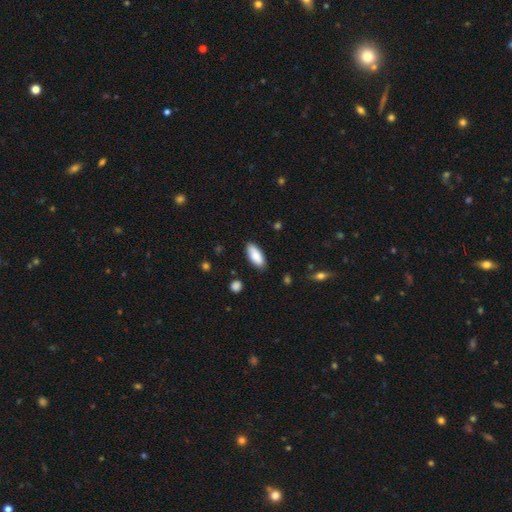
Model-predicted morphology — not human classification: smooth 87%, featured or disk 6%, star or artifact 6%. Down the decision tree: how rounded — in between (84%); merging — none (86%).